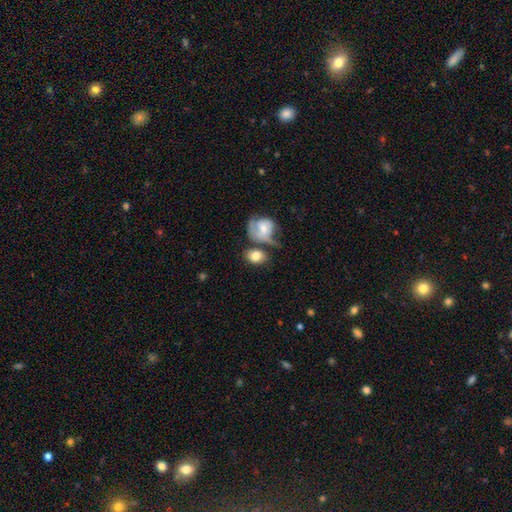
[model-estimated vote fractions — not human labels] Smooth or featured? Predicted: smooth (p=0.76). How rounded? Predicted: in between (p=0.69). Merging? Predicted: none (p=0.39).